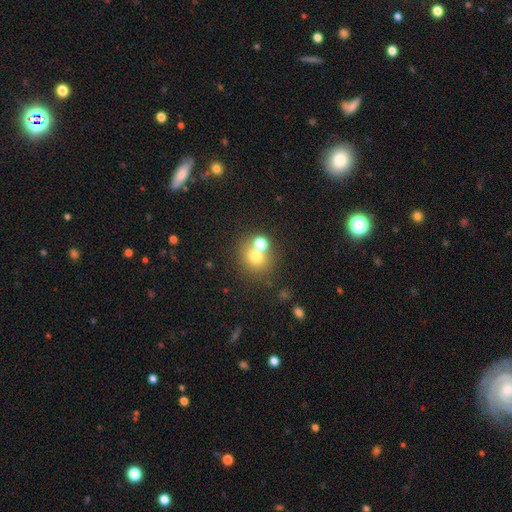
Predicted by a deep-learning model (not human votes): Morphology: type=smooth (71%); roundness=round (78%); merging=none (54%).